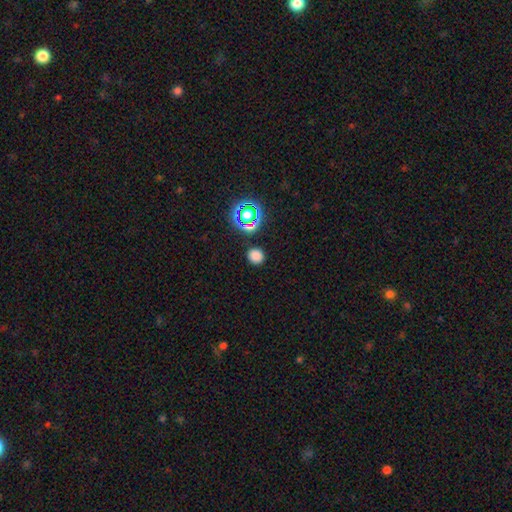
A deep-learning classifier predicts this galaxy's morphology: This is likely a smooth galaxy (76%). How rounded: clearly round (87%). Merging: clearly none (87%).